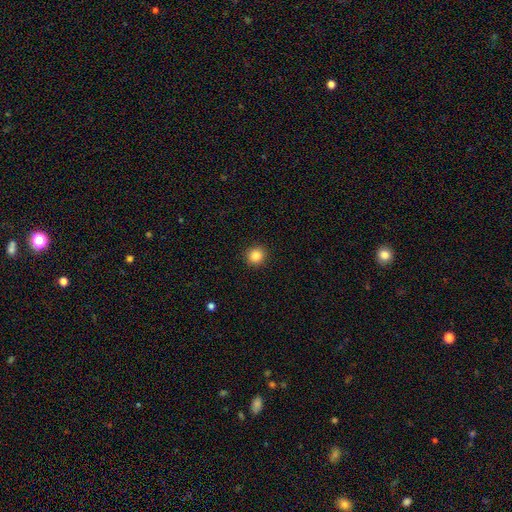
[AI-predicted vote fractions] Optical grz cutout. It shows a smooth galaxy with no disk features (85%) that is round (91%). Merging: none (92%).